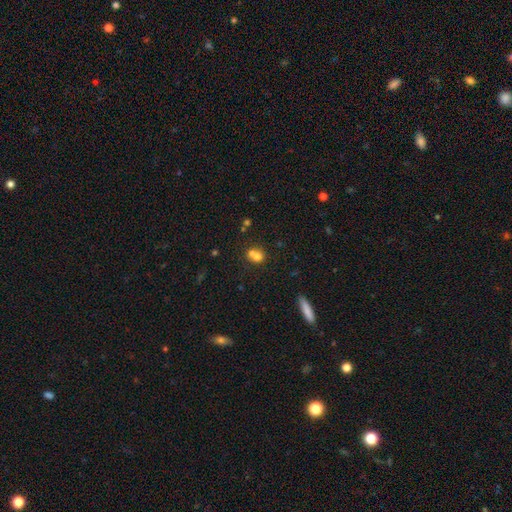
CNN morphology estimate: Overall: smooth (69%). How rounded: round (63%; in between 35%). Merging: merger (57%; none 31%).